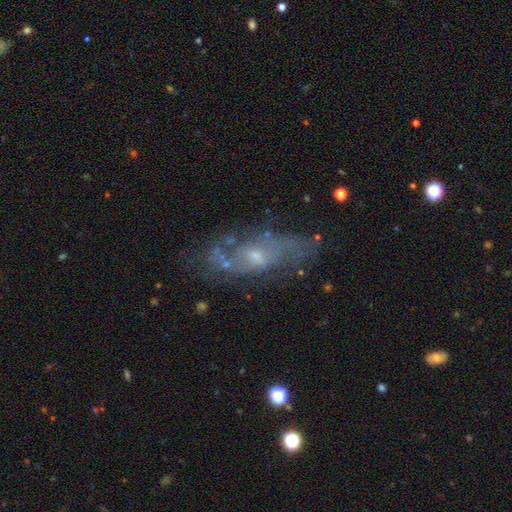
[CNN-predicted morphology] Overall: featured or disk (71%). Edge-on disk: no (83%). Bar: no (71%). Spiral arms: yes (73%). Bulge size: small (58%; moderate 34%). Merging: none (69%).